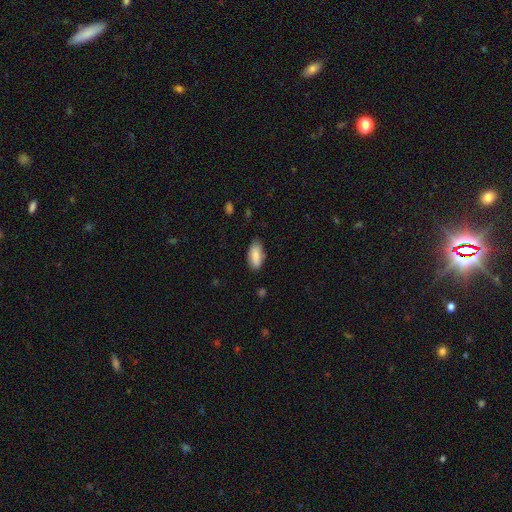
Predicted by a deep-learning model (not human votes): Smooth or featured? smooth (81%)
How rounded? in between (87%)
Merging? none (78%)